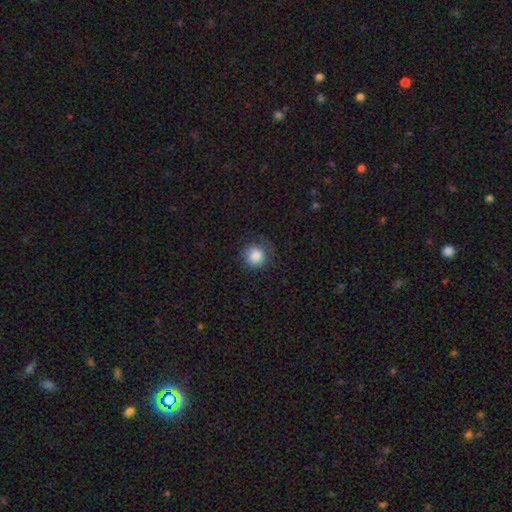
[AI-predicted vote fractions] Overall: smooth (83%). How rounded: round (90%). Merging: none (68%).